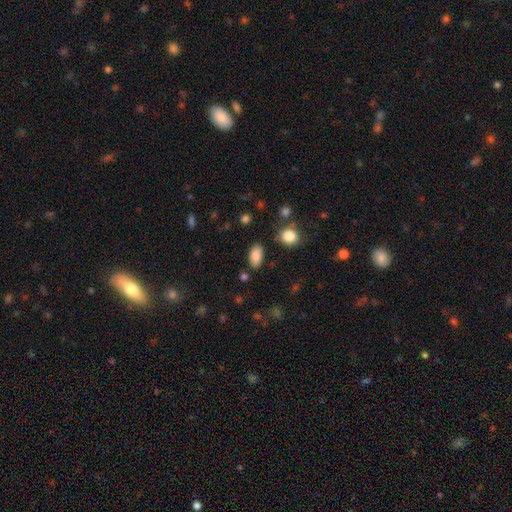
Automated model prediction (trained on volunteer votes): This appears to be a smooth galaxy with no disk features (85%) that is in between round and cigar-shaped (92%). Merging: none (81%).